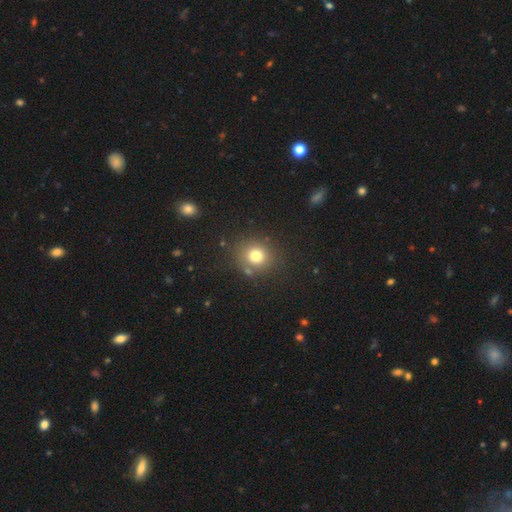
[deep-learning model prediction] Smooth or featured: smooth — 76% (star or artifact — 15%)
How rounded: round — 83% (in between — 16%)
Merging: none — 81% (minor disturbance — 10%)